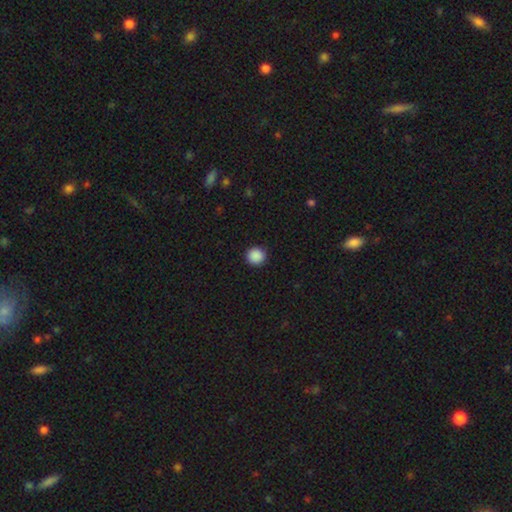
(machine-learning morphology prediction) Overall: smooth (89%). How rounded: round (94%). Merging: none (92%).